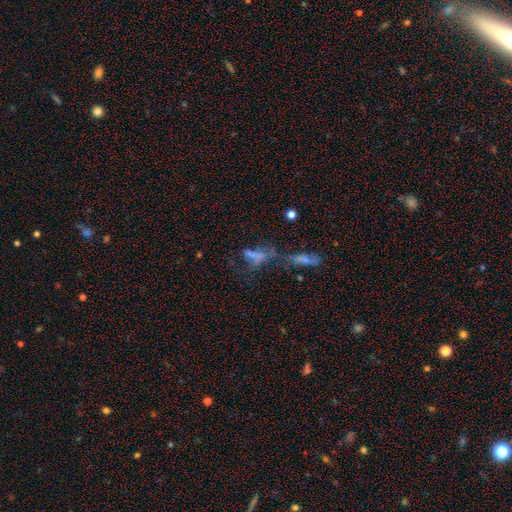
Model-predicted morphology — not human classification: smooth 46%, star or artifact 28%, featured or disk 26%. Down the decision tree: merging — merger (42%).